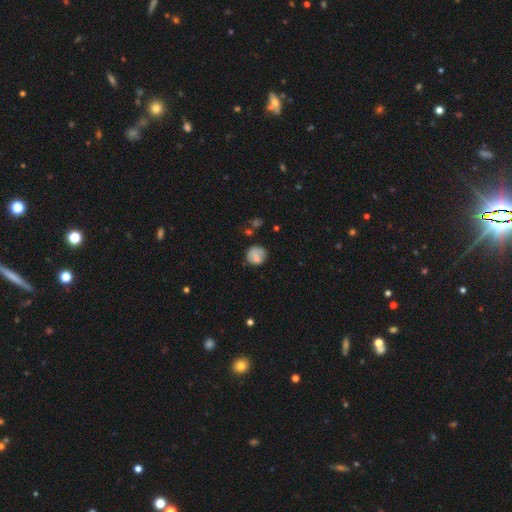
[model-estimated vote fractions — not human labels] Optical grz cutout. It shows a smooth galaxy with no disk features (73%) that is round (80%). Merging: none (59%).